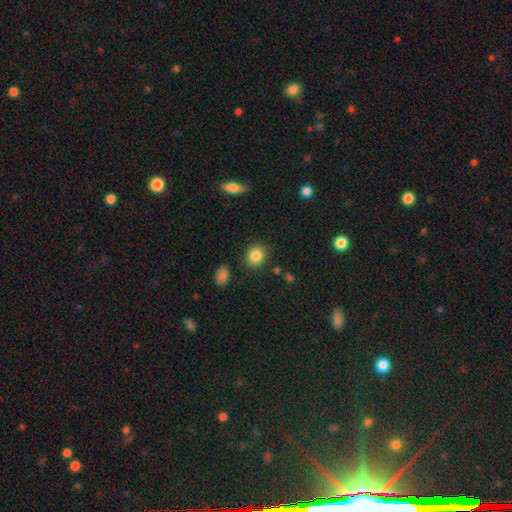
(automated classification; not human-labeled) This is clearly a smooth galaxy (86%). How rounded: likely round (76%). Merging: clearly none (87%).